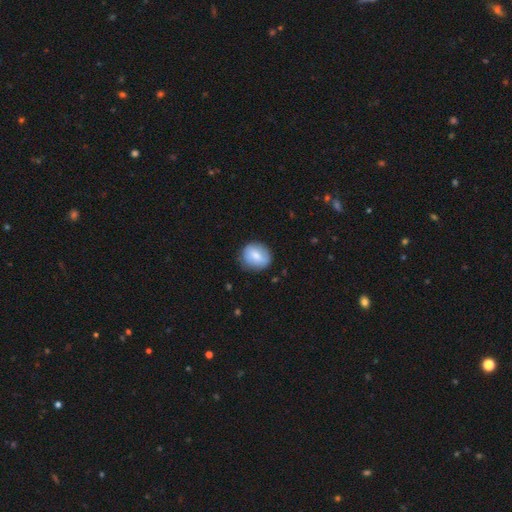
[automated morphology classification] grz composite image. It shows a smooth galaxy with no disk features (73%) that is round (70%). Merging: none (79%).